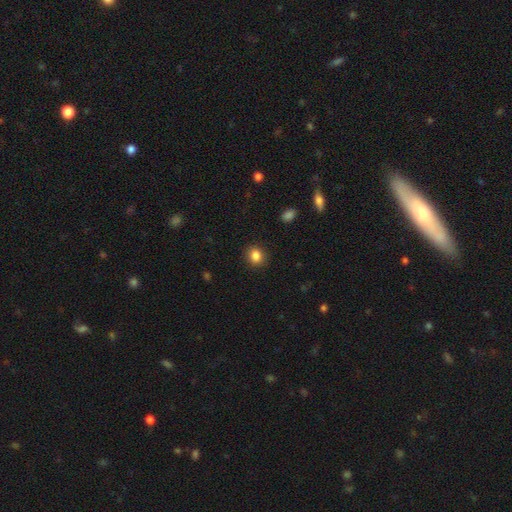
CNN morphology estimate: This appears to be a smooth galaxy with no disk features (85%) that is round (68%). Merging: none (89%).